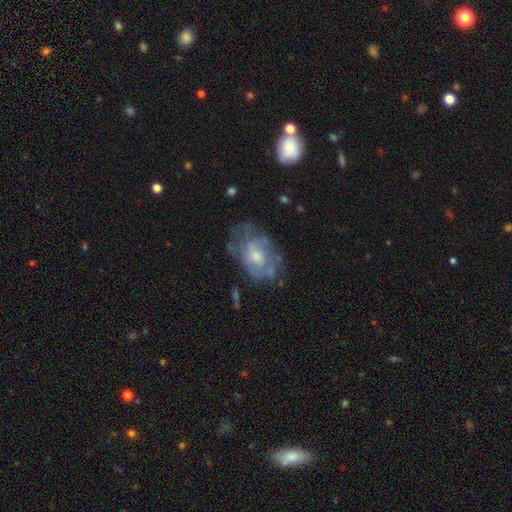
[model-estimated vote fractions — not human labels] smooth-or-featured: featured or disk: 62% | smooth: 30% | star or artifact: 9%
  disk-edge-on: no: 96% | yes: 4%
    bar: no: 74% | weak: 23% | strong: 3%
    has-spiral-arms: yes: 55% | no: 45%
    bulge-size: moderate: 50% | small: 33% | large: 8% | none: 7% | dominant: 1%
  merging: none: 55% | minor disturbance: 25% | major disturbance: 17% | merger: 3%